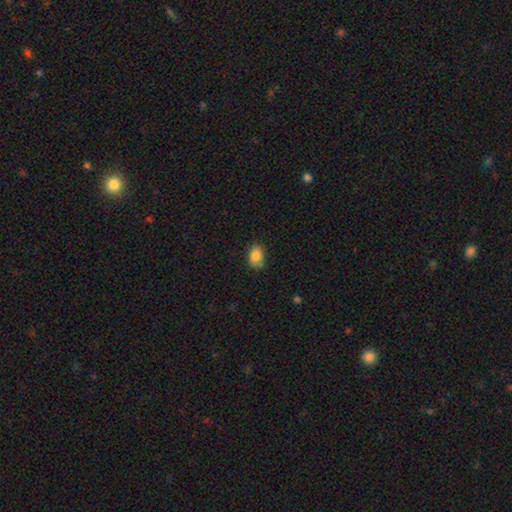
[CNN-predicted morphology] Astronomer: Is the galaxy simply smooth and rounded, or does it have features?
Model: smooth — 84%.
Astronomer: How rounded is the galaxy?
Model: in between — 75%.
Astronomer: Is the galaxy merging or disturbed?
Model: none — 76%.